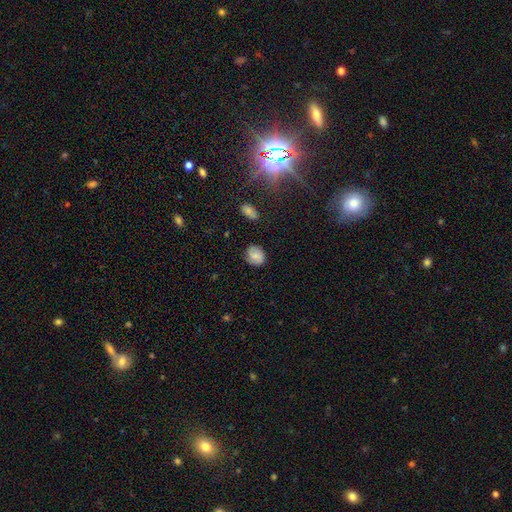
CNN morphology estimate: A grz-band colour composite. It shows a smooth galaxy with no disk features (74%) that is round (66%). Merging: none (77%).